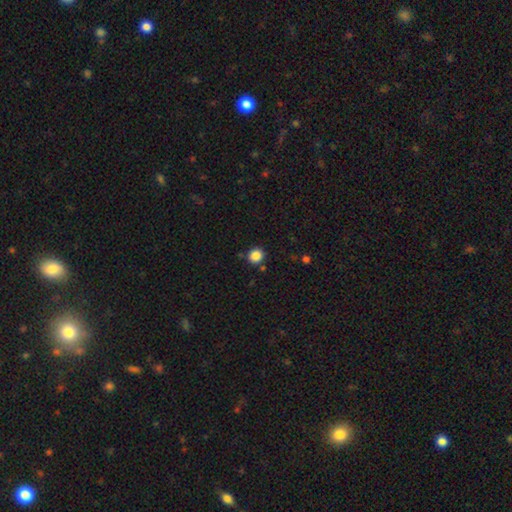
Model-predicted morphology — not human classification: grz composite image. It shows a smooth galaxy with no disk features (86%) that is round (87%). Merging: none (86%).